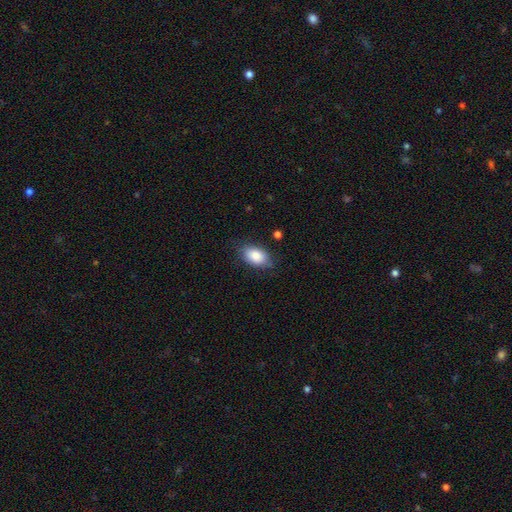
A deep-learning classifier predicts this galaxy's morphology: smooth_or_featured: smooth (p=0.85) [alt: featured or disk p=0.08]
how_rounded: in between (p=0.90) [alt: round p=0.08]
merging: none (p=0.78) [alt: minor disturbance p=0.17]